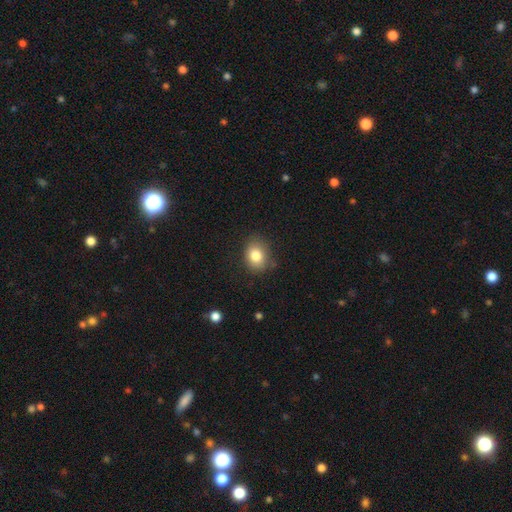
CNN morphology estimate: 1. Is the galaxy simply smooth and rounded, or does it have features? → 82% smooth, 10% star or artifact, 9% featured or disk.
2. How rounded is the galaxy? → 53% in between, 46% round, 1% cigar-shaped.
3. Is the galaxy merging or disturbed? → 78% none, 16% minor disturbance, 4% major disturbance, 2% merger.